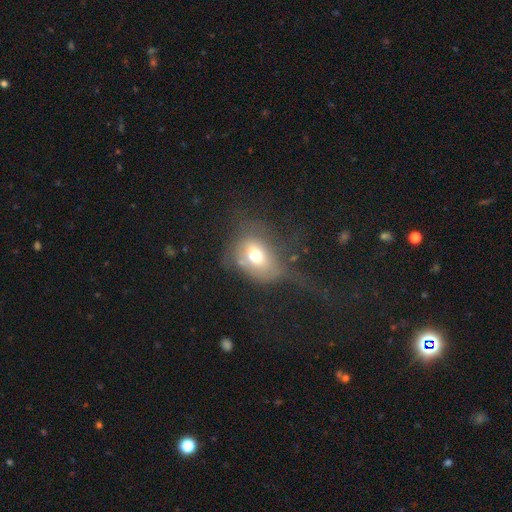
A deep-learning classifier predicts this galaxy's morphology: Q: Smooth or featured?
A: smooth (63%); runner-up: featured or disk (26%)
Q: How rounded?
A: in between (62%); runner-up: round (36%)
Q: Merging?
A: major disturbance (39%); runner-up: none (33%)